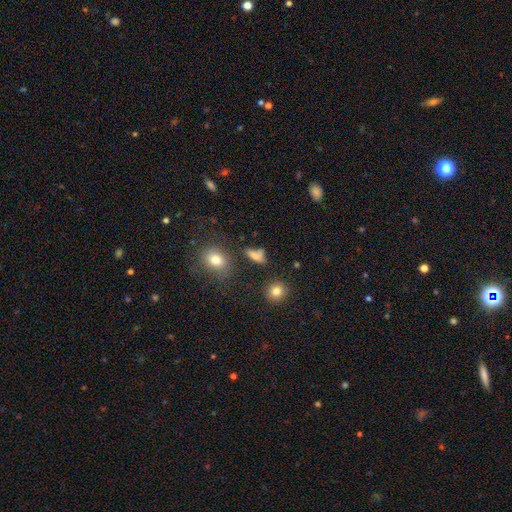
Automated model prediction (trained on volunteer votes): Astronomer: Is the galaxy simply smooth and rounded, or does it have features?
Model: smooth — 70%.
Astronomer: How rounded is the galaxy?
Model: in between — 60%.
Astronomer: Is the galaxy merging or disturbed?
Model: none — 55%.